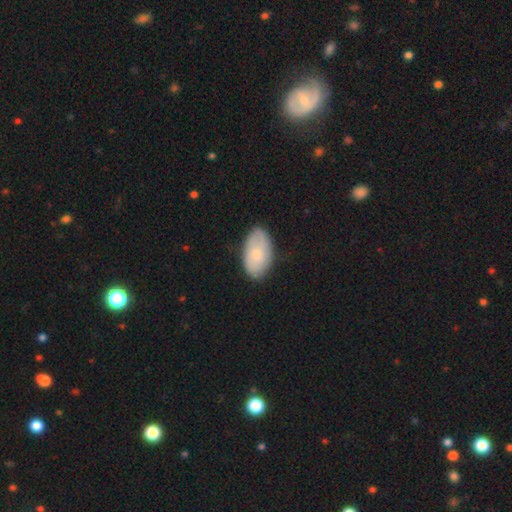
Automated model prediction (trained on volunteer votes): The model was most divided on "smooth or featured": smooth: 72%, featured or disk: 23%, star or artifact: 6%. More confident: how rounded — in between (94%); merging — none (79%).